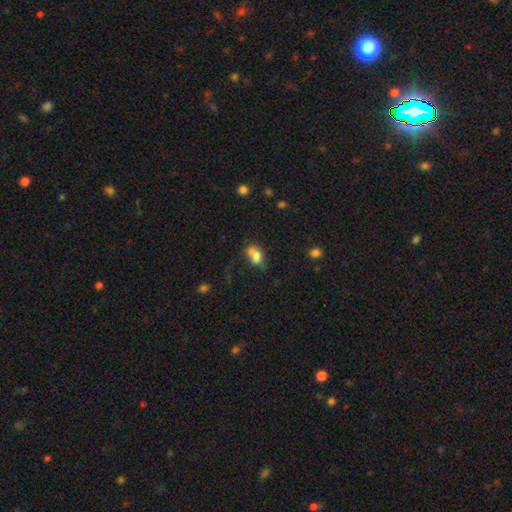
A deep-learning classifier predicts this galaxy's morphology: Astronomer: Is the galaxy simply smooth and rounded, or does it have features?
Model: smooth — 70%.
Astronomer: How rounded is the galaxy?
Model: in between — 74%.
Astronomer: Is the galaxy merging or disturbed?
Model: merger — 47% (runner-up: none, 25%).